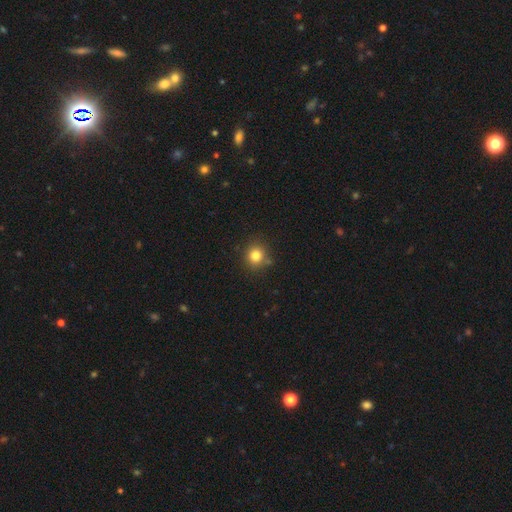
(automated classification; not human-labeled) Overall: smooth (82%). How rounded: round (88%). Merging: none (83%).